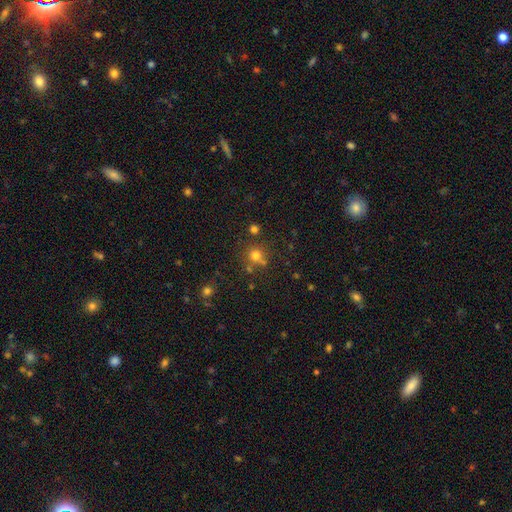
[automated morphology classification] Smooth or featured: smooth — 72% (star or artifact — 19%)
How rounded: round — 88% (in between — 11%)
Merging: none — 66% (merger — 18%)